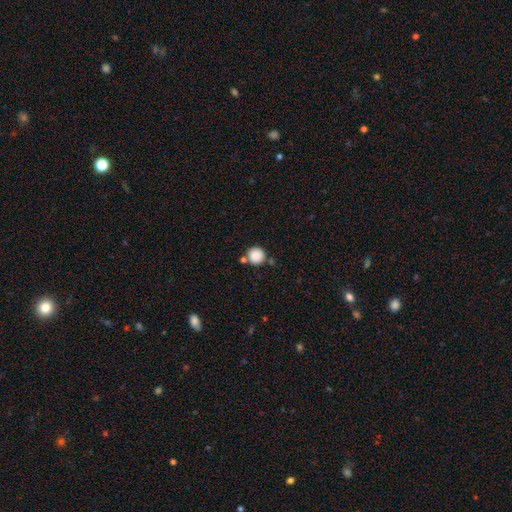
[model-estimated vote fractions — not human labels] This appears to be a smooth galaxy with no disk features (88%) that is round (95%). Merging: none (76%).